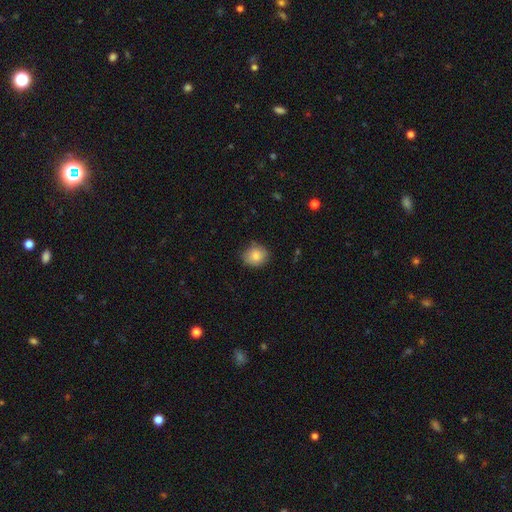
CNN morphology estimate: type=smooth (85%); roundness=round (70%); merging=none (80%).